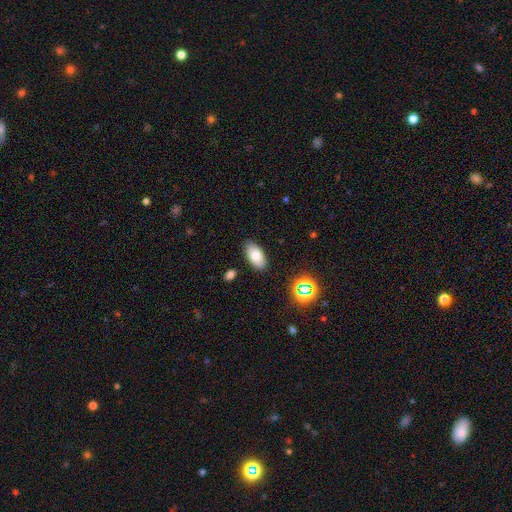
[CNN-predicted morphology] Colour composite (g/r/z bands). It shows a smooth galaxy with no disk features (80%) that is in between round and cigar-shaped (92%). Merging: none (87%).